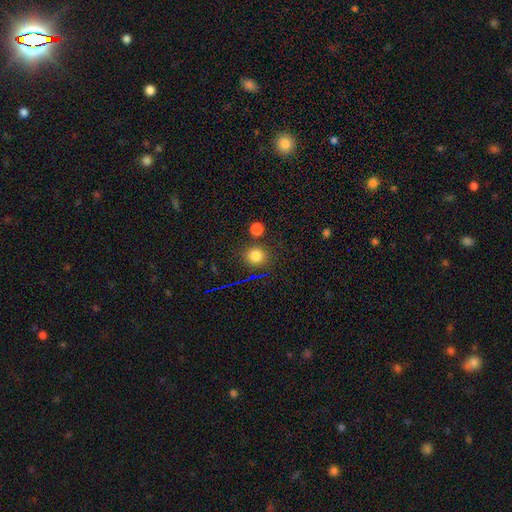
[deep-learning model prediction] The model was most divided on "smooth or featured": smooth: 79%, star or artifact: 15%, featured or disk: 6%. More confident: how rounded — round (87%); merging — none (80%).